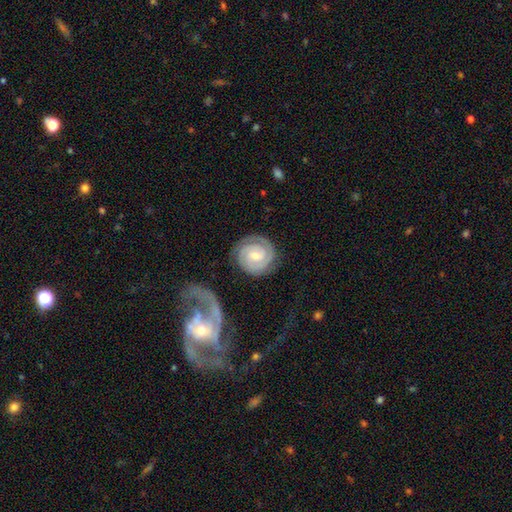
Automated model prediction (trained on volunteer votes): The model was most divided on "bulge size": small: 54%, moderate: 42%, large: 2%, none: 1%, dominant: 1%. More confident: spiral arms — yes (98%); edge-on disk — no (98%); smooth or featured — featured or disk (87%); spiral winding — tight (82%); merging — none (80%); spiral arm count — 2 (71%); bar — no (54%).